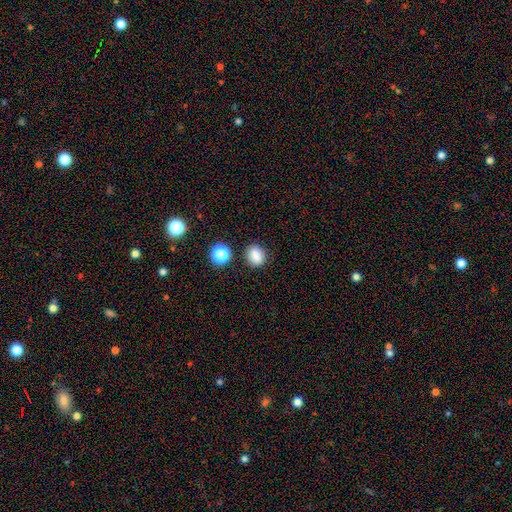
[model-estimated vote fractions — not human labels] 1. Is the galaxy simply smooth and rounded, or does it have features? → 84% smooth, 12% star or artifact, 5% featured or disk.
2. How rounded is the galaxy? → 55% round, 44% in between, 1% cigar-shaped.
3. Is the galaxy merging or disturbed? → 82% none, 11% minor disturbance, 4% merger, 3% major disturbance.